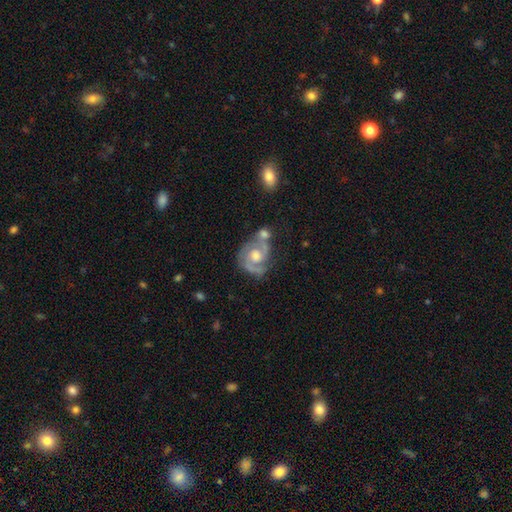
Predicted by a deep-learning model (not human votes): smooth-or-featured: featured or disk: 82% | smooth: 12% | star or artifact: 5%
  disk-edge-on: no: 98% | yes: 2%
    bar: no: 70% | weak: 25% | strong: 5%
    has-spiral-arms: yes: 91% | no: 9%
      spiral-winding: tight: 44% | medium: 43% | loose: 13%
      spiral-arm-count: 2: 74% | 1: 12% | can't tell: 8% | 3: 4% | 4: 1% | more than 4: 1%
    bulge-size: moderate: 65% | large: 18% | small: 13% | none: 3% | dominant: 2%
  merging: none: 42% | merger: 26% | minor disturbance: 19% | major disturbance: 13%